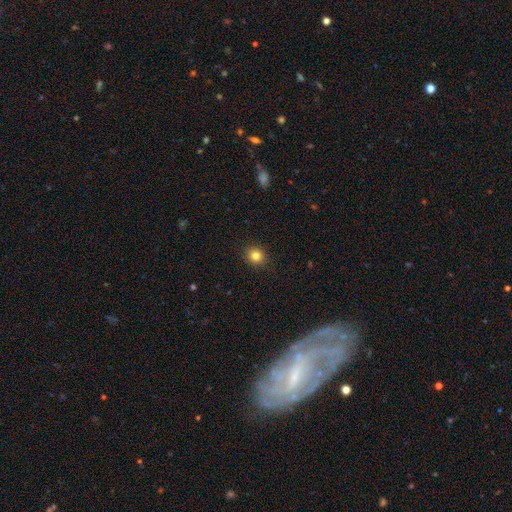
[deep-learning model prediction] This is clearly a smooth galaxy (82%). How rounded: clearly round (82%). Merging: clearly none (91%).